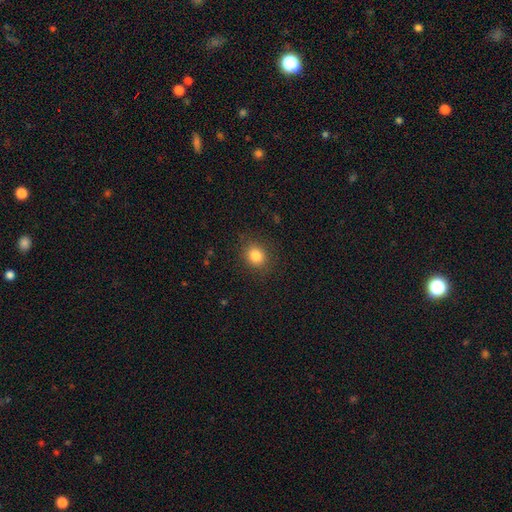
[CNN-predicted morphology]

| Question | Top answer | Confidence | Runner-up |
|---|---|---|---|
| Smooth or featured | smooth | 83% | star or artifact (12%) |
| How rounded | round | 74% | in between (25%) |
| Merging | none | 87% | minor disturbance (9%) |